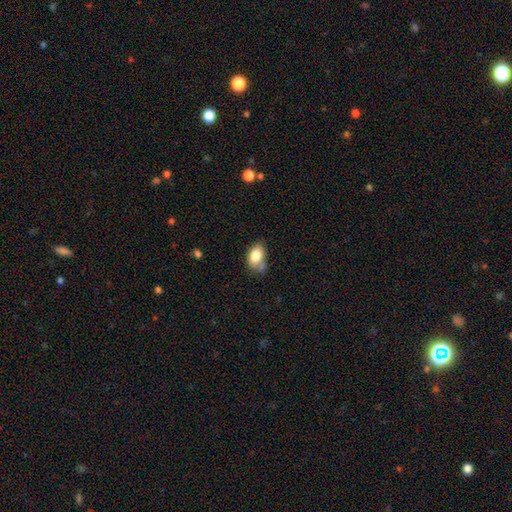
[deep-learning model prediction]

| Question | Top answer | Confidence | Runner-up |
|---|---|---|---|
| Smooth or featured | smooth | 82% | featured or disk (10%) |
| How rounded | in between | 86% | round (12%) |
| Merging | none | 43% | minor disturbance (31%) |